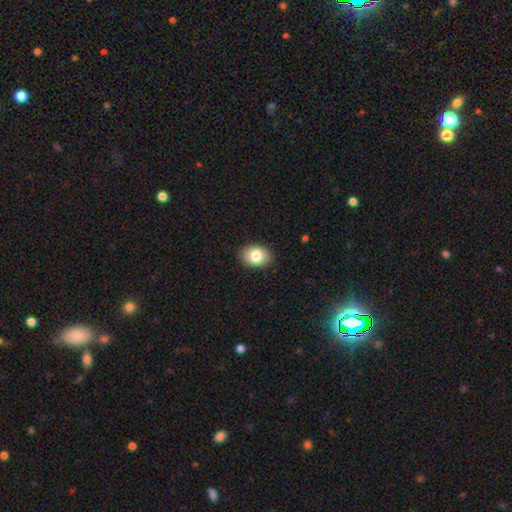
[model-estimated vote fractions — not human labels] A smooth galaxy with no disk features (81%) that is in between round and cigar-shaped (76%).

Vote fractions:
- Smooth or featured? smooth: 81% / featured or disk: 11% / star or artifact: 8%
- How rounded? in between: 76% / round: 23% / cigar-shaped: 1%
- Merging? none: 89% / minor disturbance: 8% / major disturbance: 2% / merger: 1%